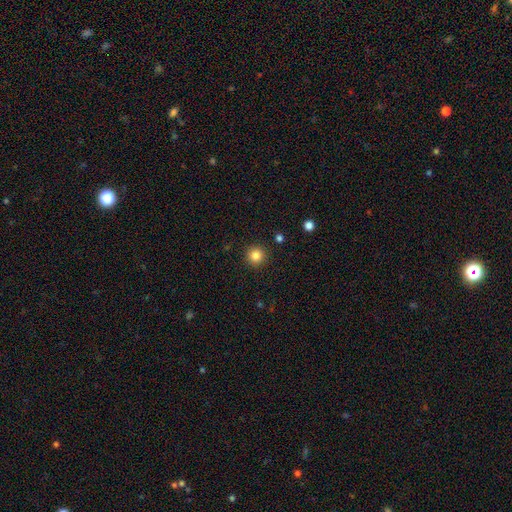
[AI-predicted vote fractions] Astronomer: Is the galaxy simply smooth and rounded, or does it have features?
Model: smooth — 84%.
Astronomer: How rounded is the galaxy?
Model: round — 95%.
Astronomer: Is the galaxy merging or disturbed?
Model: none — 92%.